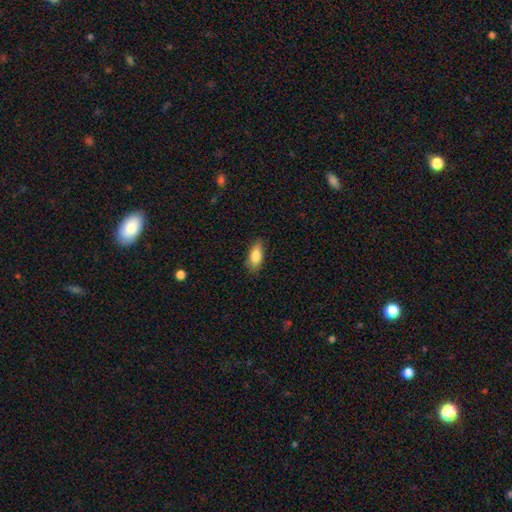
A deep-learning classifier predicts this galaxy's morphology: smooth_or_featured: smooth (p=0.82) [alt: featured or disk p=0.11]
how_rounded: in between (p=0.80) [alt: cigar-shaped p=0.17]
merging: none (p=0.82) [alt: minor disturbance p=0.14]